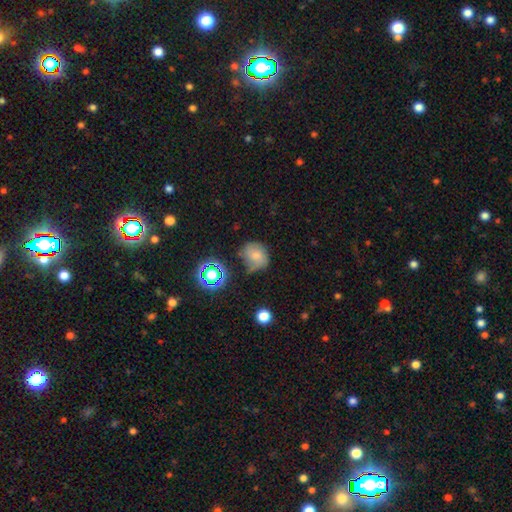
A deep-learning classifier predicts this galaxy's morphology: A smooth galaxy with no disk features (64%) that is round (64%). Merging: none (46%).